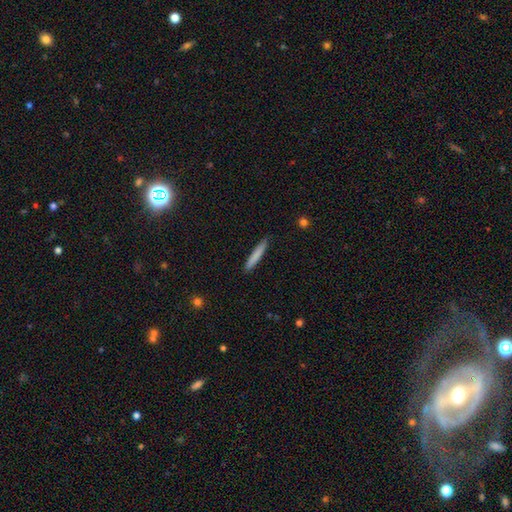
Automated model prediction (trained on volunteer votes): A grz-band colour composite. It shows a smooth galaxy with no disk features (79%) that is cigar-shaped (95%). Merging: none (89%).